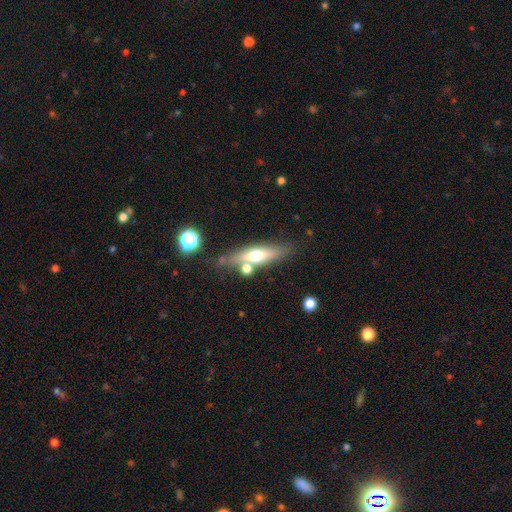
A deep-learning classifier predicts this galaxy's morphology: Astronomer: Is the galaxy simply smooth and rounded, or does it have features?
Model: smooth — 48% (runner-up: featured or disk, 45%).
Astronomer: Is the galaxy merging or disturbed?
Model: none — 68%.